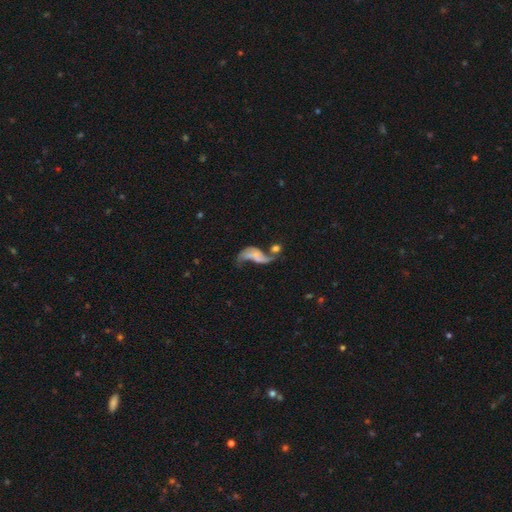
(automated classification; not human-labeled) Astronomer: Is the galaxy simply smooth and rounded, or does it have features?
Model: featured or disk — 66%.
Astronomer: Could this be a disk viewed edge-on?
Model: no — 95%.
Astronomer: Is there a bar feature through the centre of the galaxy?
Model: no — 64%.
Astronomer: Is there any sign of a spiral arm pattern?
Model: yes — 74%.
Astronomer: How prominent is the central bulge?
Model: none — 50% (runner-up: small, 34%).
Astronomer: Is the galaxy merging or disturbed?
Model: merger — 37% (runner-up: major disturbance, 28%).